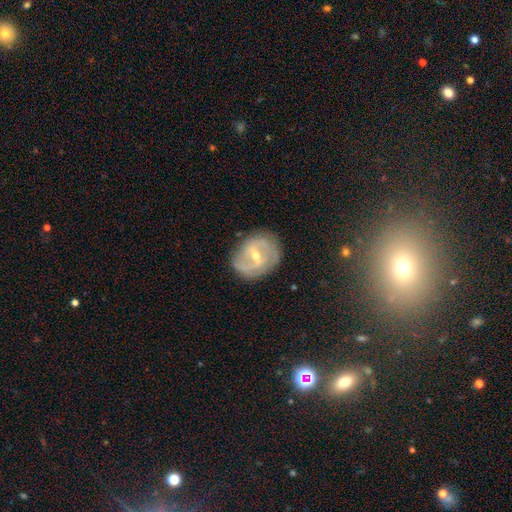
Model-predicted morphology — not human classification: Overall: featured or disk (79%). Edge-on disk: no (96%). Bar: weak (48%; strong 33%). Spiral arms: yes (82%). Spiral arm count: 2 (69%). Spiral winding: medium (41%; tight 36%). Bulge size: moderate (49%, tied with small). Merging: none (76%).